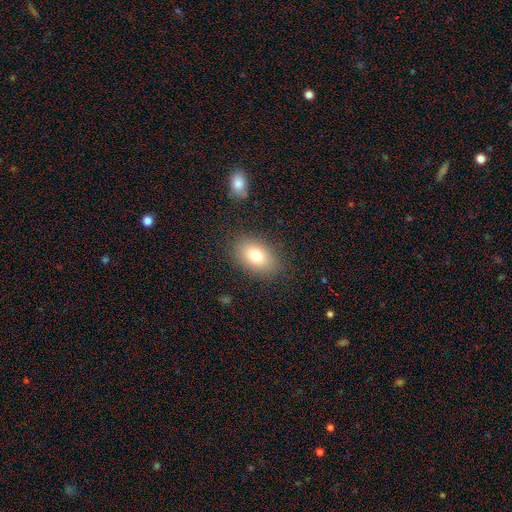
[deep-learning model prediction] This is likely a smooth galaxy (77%). How rounded: clearly in between (86%). Merging: clearly none (85%).